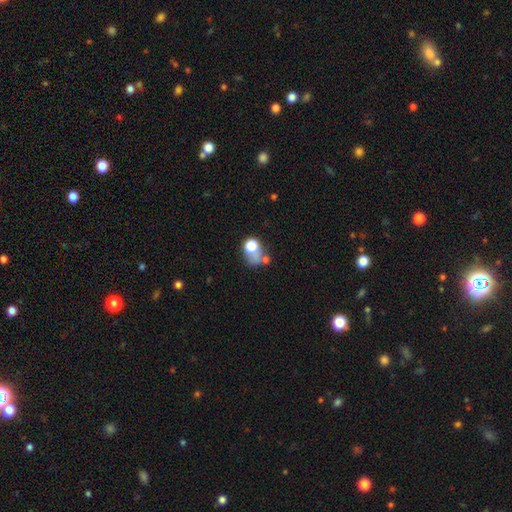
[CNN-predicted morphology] smooth-or-featured: smooth: 64% | featured or disk: 19% | star or artifact: 17%
  how-rounded: round: 53% | in between: 45% | cigar-shaped: 1%
  merging: major disturbance: 29% | merger: 28% | none: 27% | minor disturbance: 17%